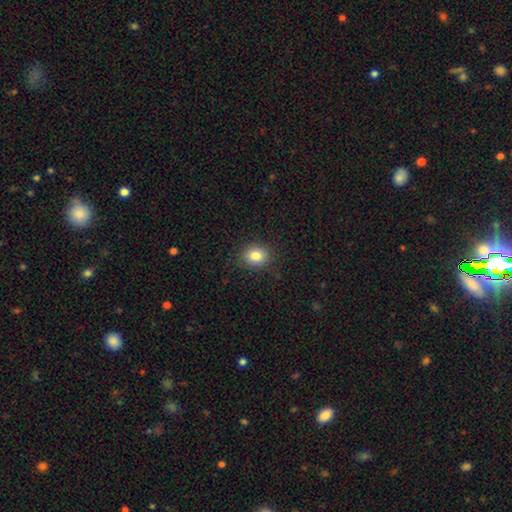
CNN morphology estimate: smooth_or_featured: smooth (p=0.82) [alt: star or artifact p=0.11]
how_rounded: round (p=0.67) [alt: in between p=0.32]
merging: none (p=0.88) [alt: minor disturbance p=0.09]